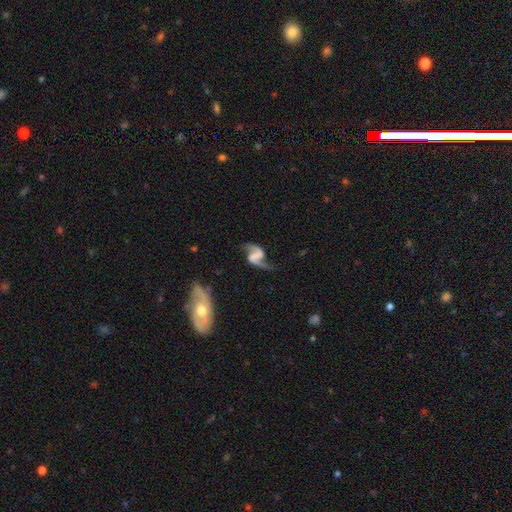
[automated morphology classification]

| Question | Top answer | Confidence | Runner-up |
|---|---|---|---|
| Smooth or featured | featured or disk | 88% | smooth (6%) |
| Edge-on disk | no | 98% | yes (2%) |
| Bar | weak | 40% | strong (30%) |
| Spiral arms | yes | 96% | no (4%) |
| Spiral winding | loose | 73% | medium (22%) |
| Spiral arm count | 2 | 93% | 1 (3%) |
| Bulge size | none | 68% | small (15%) |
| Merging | none | 68% | minor disturbance (17%) |